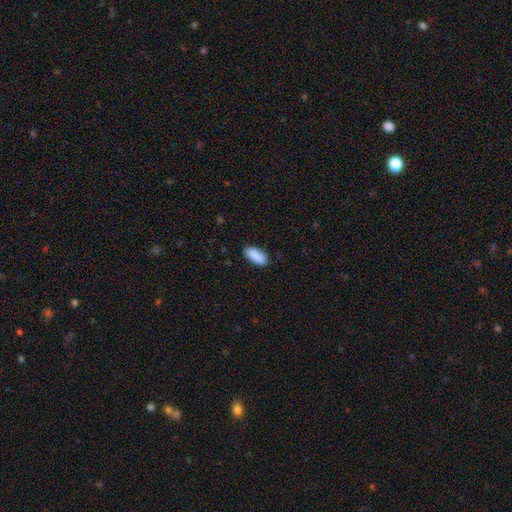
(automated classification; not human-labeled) Smooth or featured: smooth — 88% (star or artifact — 6%)
How rounded: in between — 85% (cigar-shaped — 13%)
Merging: none — 85% (minor disturbance — 12%)